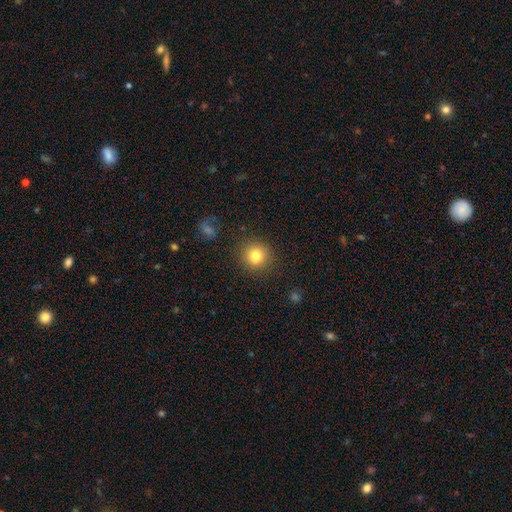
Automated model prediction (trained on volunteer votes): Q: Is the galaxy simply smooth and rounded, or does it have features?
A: smooth — 81%.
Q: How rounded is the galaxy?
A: round — 89%.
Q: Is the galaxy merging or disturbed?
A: none — 86%.